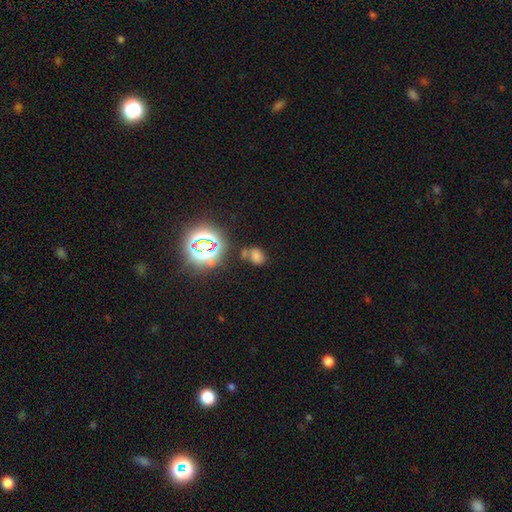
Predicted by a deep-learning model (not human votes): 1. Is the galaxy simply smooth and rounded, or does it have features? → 54% smooth, 36% star or artifact, 10% featured or disk.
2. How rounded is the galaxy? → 64% in between, 34% round, 2% cigar-shaped.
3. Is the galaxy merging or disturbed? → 56% none, 20% merger, 17% minor disturbance, 7% major disturbance.